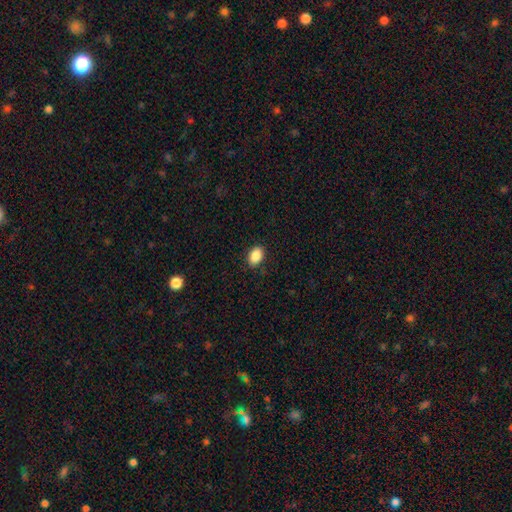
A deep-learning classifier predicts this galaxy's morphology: A smooth galaxy with no disk features (89%) that is in between round and cigar-shaped (83%). Merging: none (88%).